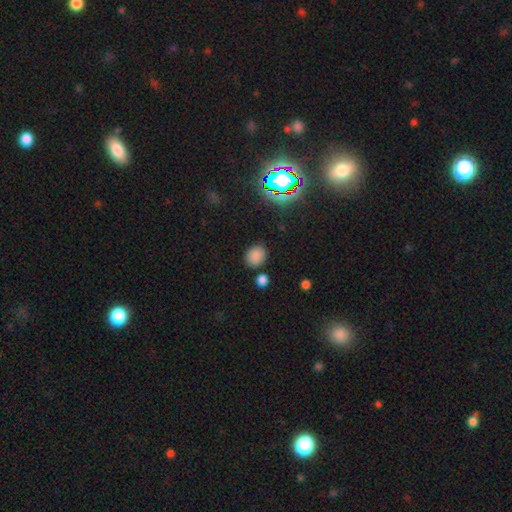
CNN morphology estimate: This appears to be a smooth galaxy with no disk features (80%) that is round (64%). Merging: none (81%).